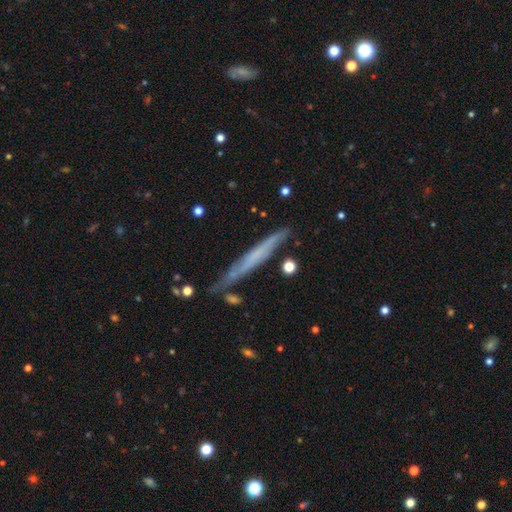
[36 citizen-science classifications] This is likely a featured or disk galaxy (72%). It is clearly viewed edge-on (88%). Edge-on bulge: clearly none (91%). Merging: likely none (66%).